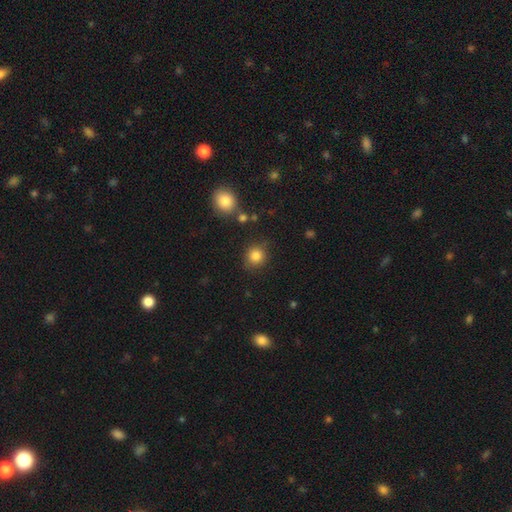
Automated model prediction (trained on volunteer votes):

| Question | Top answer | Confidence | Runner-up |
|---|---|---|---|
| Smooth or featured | smooth | 84% | star or artifact (11%) |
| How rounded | round | 88% | in between (11%) |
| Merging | none | 82% | minor disturbance (11%) |